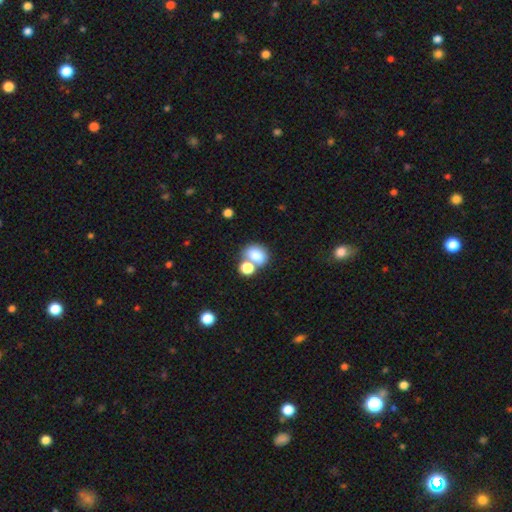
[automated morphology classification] Smooth or featured: smooth — 79% (star or artifact — 11%)
How rounded: in between — 53% (round — 46%)
Merging: none — 45% (merger — 40%)